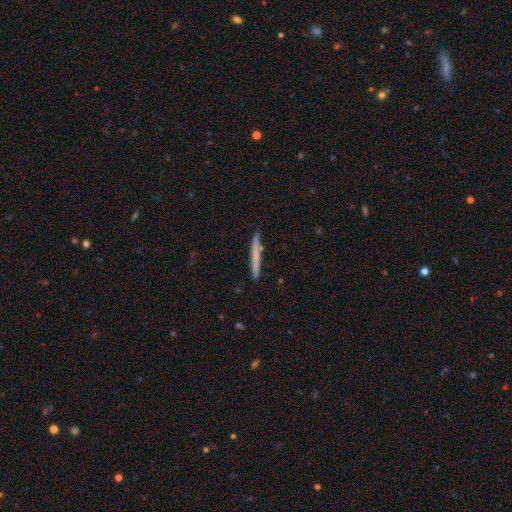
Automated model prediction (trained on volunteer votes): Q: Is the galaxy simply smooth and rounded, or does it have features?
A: smooth — 60%.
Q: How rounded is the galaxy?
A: cigar-shaped — 97%.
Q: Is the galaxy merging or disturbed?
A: none — 90%.